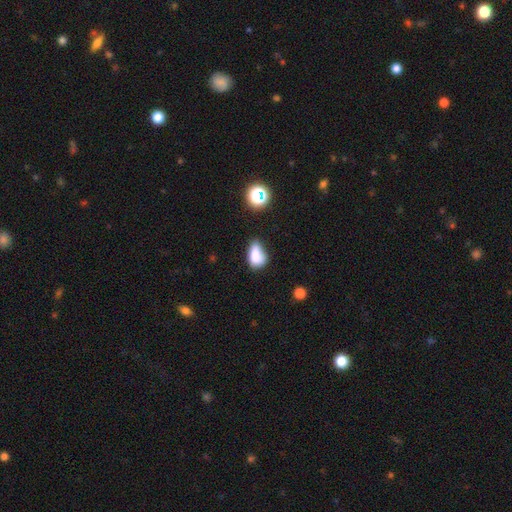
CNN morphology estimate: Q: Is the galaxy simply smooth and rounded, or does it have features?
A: smooth — 78%.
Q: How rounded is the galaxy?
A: in between — 83%.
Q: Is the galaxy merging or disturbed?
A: minor disturbance — 37%.